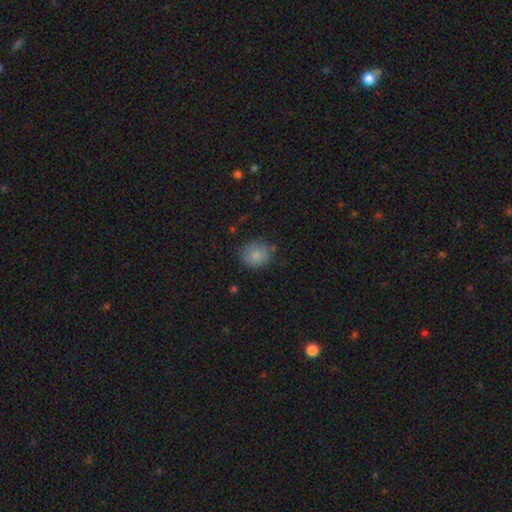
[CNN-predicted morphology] A smooth galaxy with no disk features (81%) that is round (71%).

Vote fractions:
- Smooth or featured? smooth: 81% / featured or disk: 10% / star or artifact: 8%
- How rounded? round: 71% / in between: 28% / cigar-shaped: 1%
- Merging? none: 74% / minor disturbance: 19% / major disturbance: 5% / merger: 2%